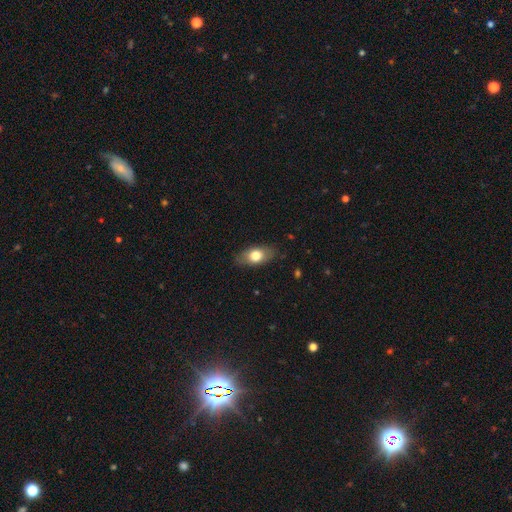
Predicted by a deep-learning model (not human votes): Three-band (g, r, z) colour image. It shows a smooth galaxy with no disk features (72%) that is in between round and cigar-shaped (86%). Merging: none (84%).